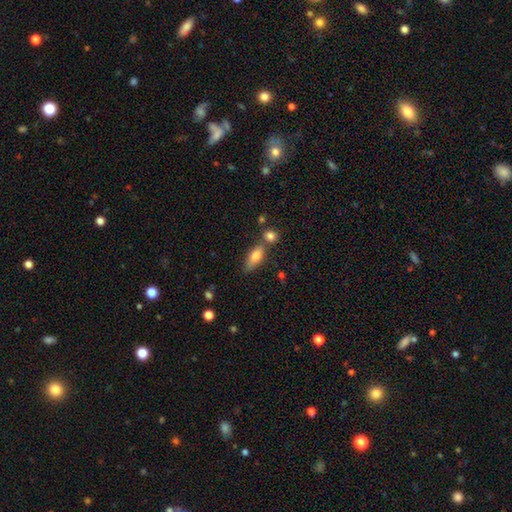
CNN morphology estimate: Smooth or featured?
  - smooth: 78% *
  - featured or disk: 15%
  - star or artifact: 7%
How rounded?
  - in between: 73% *
  - cigar-shaped: 23%
  - round: 4%
Merging?
  - none: 53% *
  - merger: 22%
  - minor disturbance: 20%
  - major disturbance: 6%